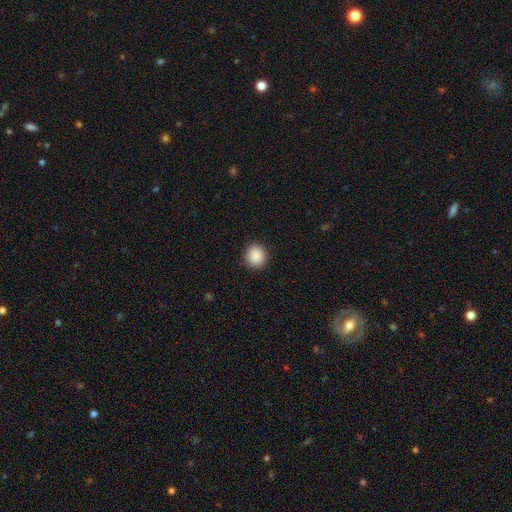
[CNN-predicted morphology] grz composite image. It shows a smooth galaxy with no disk features (89%) that is round (88%). Merging: none (91%).